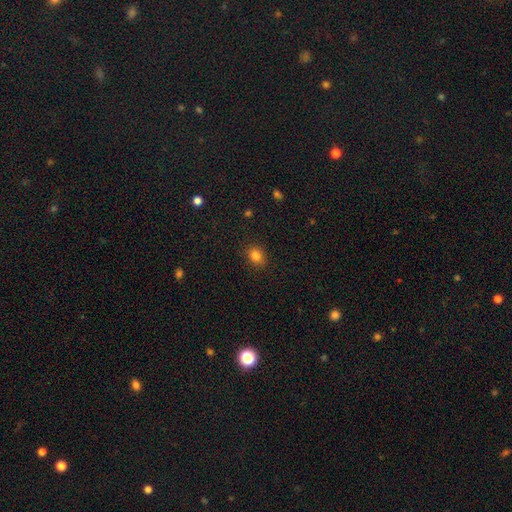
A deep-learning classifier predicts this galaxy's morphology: type=smooth (83%); roundness=round (54%); merging=none (88%).